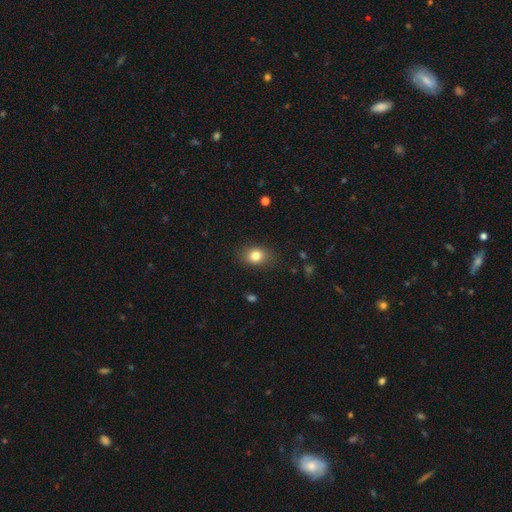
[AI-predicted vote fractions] Smooth or featured?
  - smooth: 81% *
  - star or artifact: 10%
  - featured or disk: 8%
How rounded?
  - in between: 61% *
  - round: 37%
  - cigar-shaped: 1%
Merging?
  - none: 84% *
  - minor disturbance: 12%
  - major disturbance: 3%
  - merger: 1%